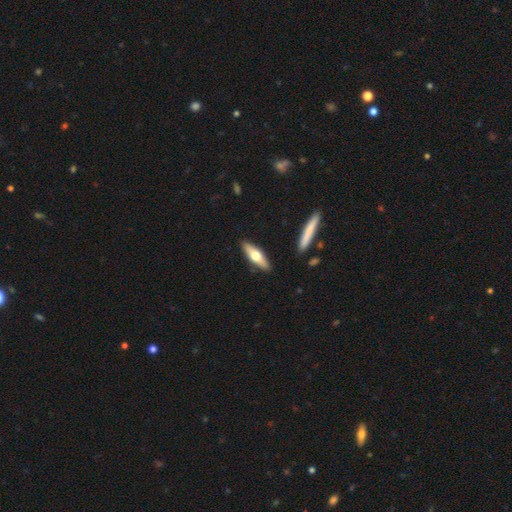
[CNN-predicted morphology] type=smooth (51%); roundness=cigar-shaped (60%); merging=none (88%).